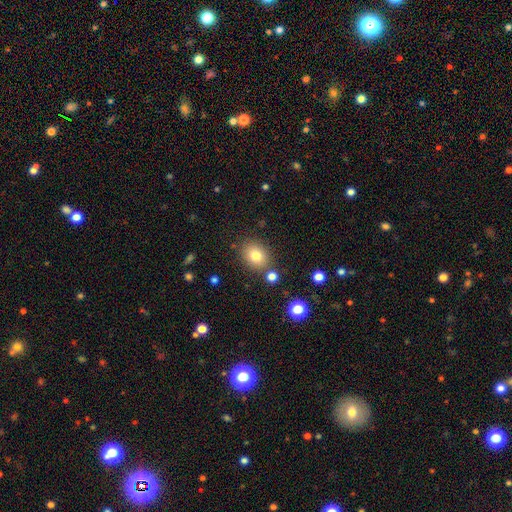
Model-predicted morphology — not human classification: Q: Smooth or featured?
A: smooth (79%); runner-up: star or artifact (11%)
Q: How rounded?
A: round (50%); runner-up: in between (49%)
Q: Merging?
A: none (80%); runner-up: minor disturbance (11%)